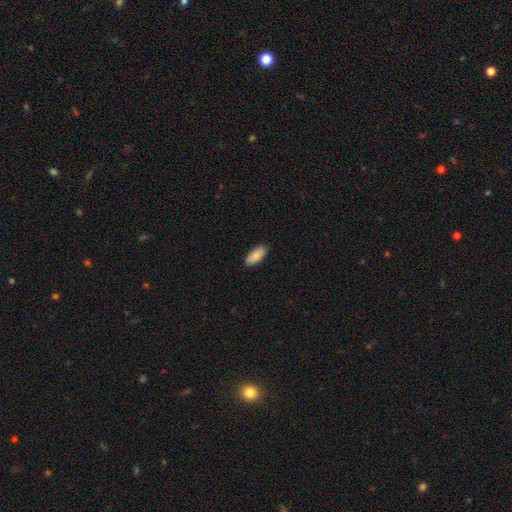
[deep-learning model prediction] Smooth or featured? Predicted: smooth (p=0.89). How rounded? Predicted: in between (p=0.87). Merging? Predicted: none (p=0.89).